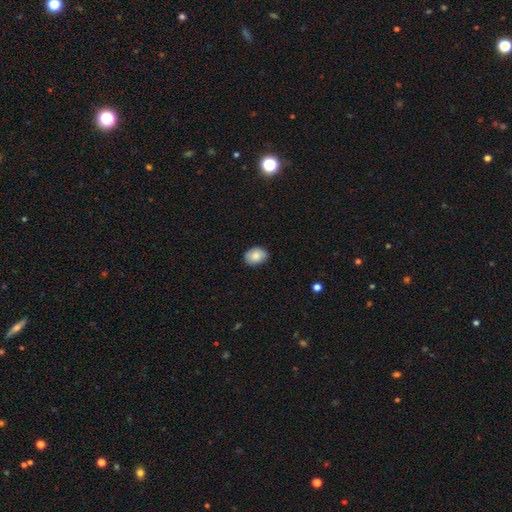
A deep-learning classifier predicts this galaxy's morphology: smooth 86%, star or artifact 7%, featured or disk 7%. Down the decision tree: how rounded — in between (71%); merging — none (86%).